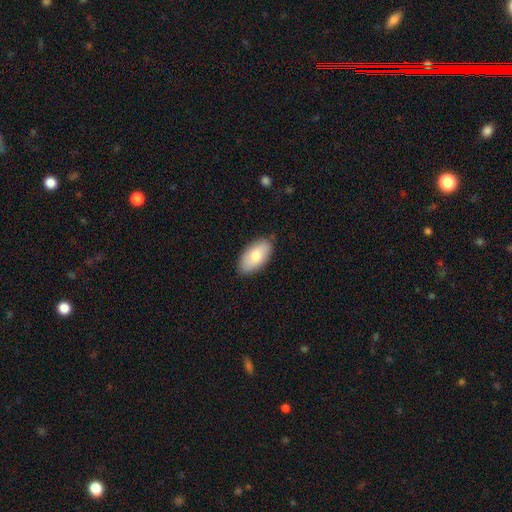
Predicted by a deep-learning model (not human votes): Smooth or featured?
  - smooth: 76% *
  - featured or disk: 18%
  - star or artifact: 6%
How rounded?
  - in between: 94% *
  - cigar-shaped: 3%
  - round: 3%
Merging?
  - none: 85% *
  - minor disturbance: 12%
  - major disturbance: 2%
  - merger: 1%